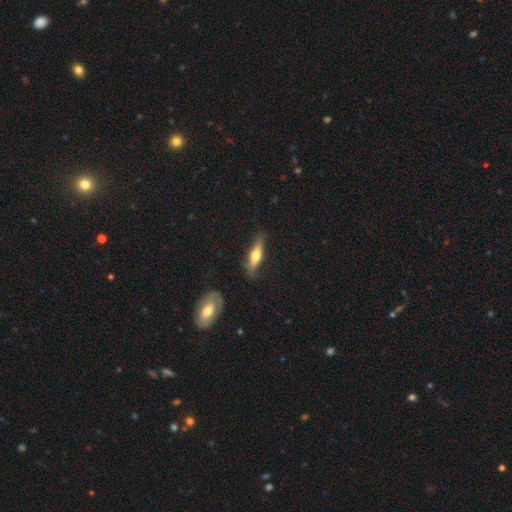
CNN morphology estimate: smooth_or_featured: smooth (p=0.49) [alt: featured or disk p=0.45]
merging: none (p=0.77) [alt: minor disturbance p=0.17]